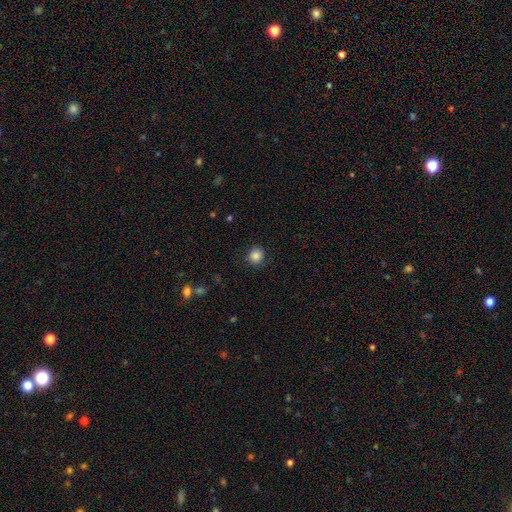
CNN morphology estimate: smooth 85%, star or artifact 11%, featured or disk 4%. Down the decision tree: how rounded — round (91%); merging — none (87%).